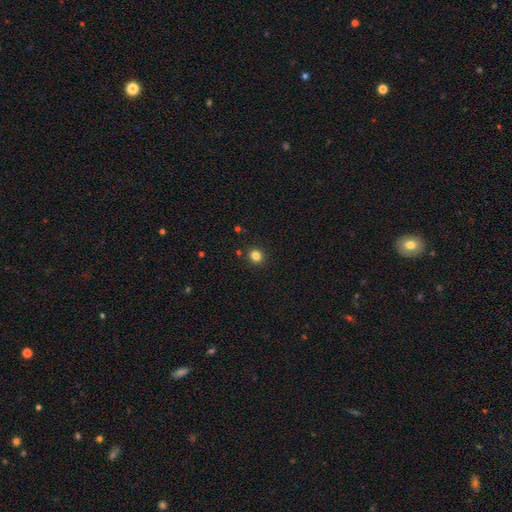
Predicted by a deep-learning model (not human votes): Overall: smooth (82%). How rounded: round (84%). Merging: none (90%).